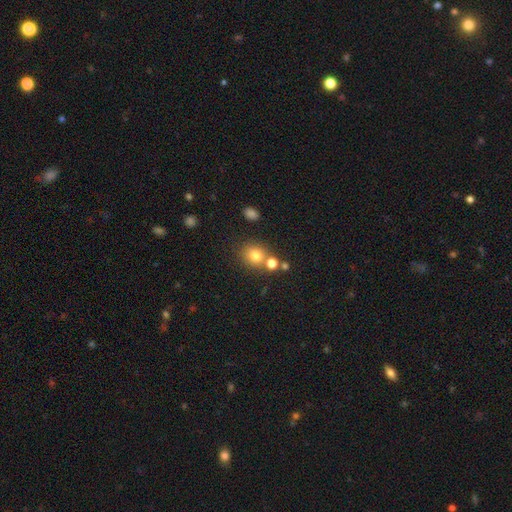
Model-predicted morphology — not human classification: smooth-or-featured: smooth: 78% | star or artifact: 14% | featured or disk: 8%
  how-rounded: round: 77% | in between: 22% | cigar-shaped: 1%
  merging: none: 64% | merger: 22% | minor disturbance: 10% | major disturbance: 4%